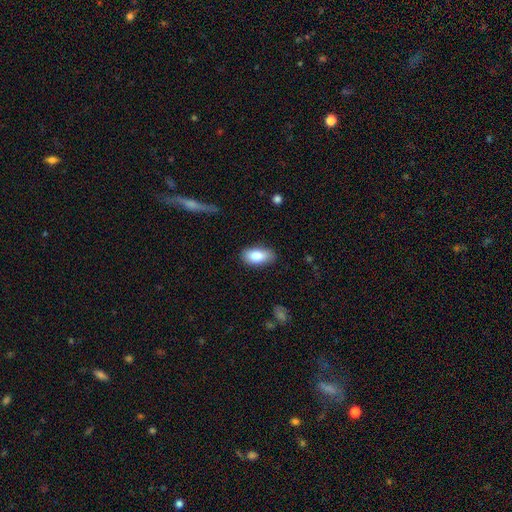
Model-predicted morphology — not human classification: smooth_or_featured: smooth (p=0.82) [alt: featured or disk p=0.11]
how_rounded: in between (p=0.92) [alt: cigar-shaped p=0.04]
merging: none (p=0.82) [alt: minor disturbance p=0.14]